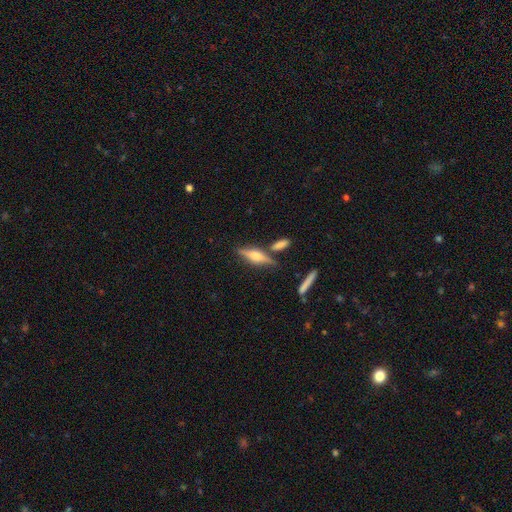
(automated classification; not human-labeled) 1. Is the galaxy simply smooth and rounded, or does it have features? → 64% featured or disk, 28% smooth, 8% star or artifact.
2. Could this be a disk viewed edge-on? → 95% yes, 5% no.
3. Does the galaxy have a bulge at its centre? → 84% rounded, 13% boxy, 3% none.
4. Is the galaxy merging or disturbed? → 73% none, 12% minor disturbance, 11% merger, 3% major disturbance.